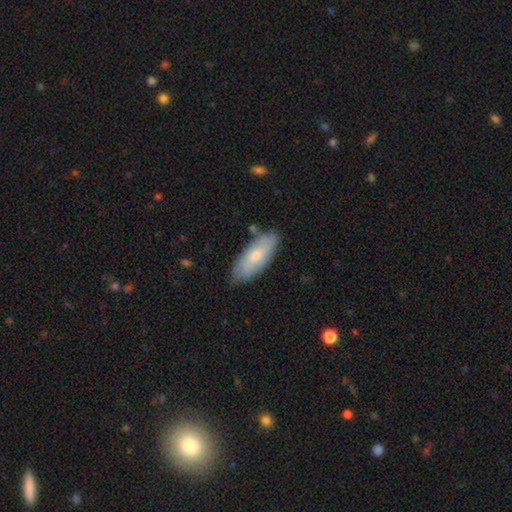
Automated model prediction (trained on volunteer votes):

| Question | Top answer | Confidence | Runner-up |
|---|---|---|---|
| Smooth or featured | smooth | 68% | featured or disk (26%) |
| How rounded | in between | 78% | cigar-shaped (20%) |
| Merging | none | 79% | minor disturbance (16%) |